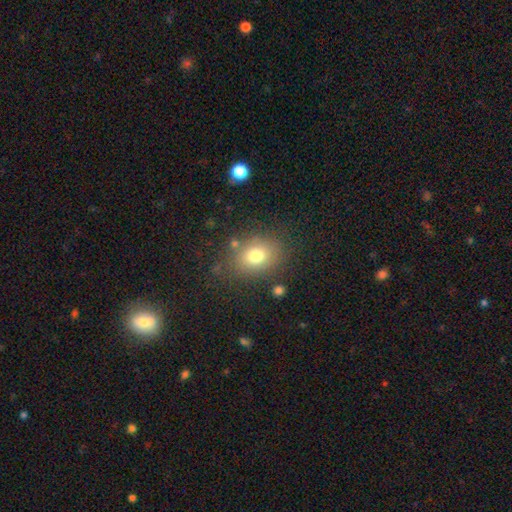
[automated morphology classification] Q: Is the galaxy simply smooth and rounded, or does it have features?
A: smooth — 75%.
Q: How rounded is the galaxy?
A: in between — 52%.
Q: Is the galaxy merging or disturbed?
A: none — 77%.